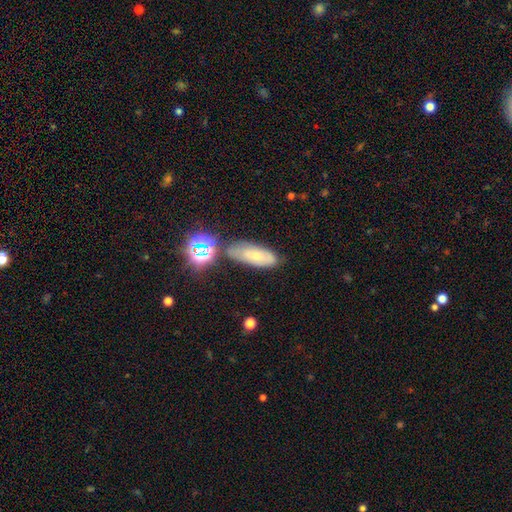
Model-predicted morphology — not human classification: Smooth or featured? smooth (48%)
Merging? none (72%)